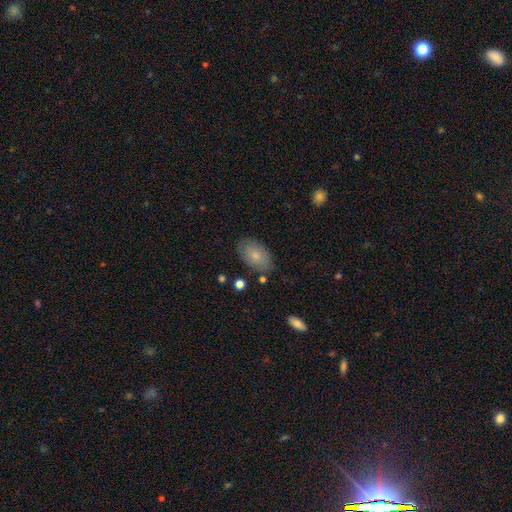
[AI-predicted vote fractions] Smooth or featured: smooth — 78% (featured or disk — 15%)
How rounded: in between — 92% (round — 6%)
Merging: none — 80% (minor disturbance — 14%)